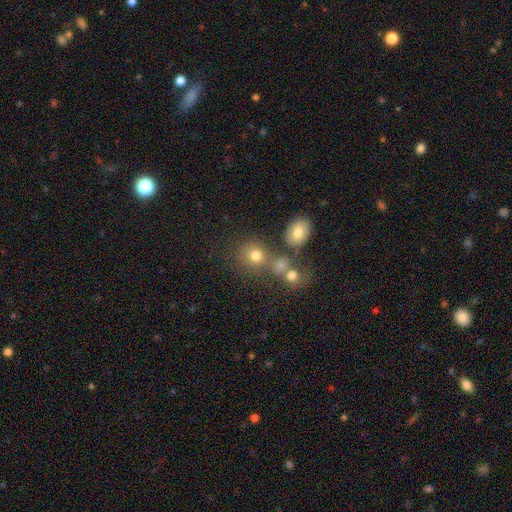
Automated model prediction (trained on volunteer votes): smooth_or_featured: smooth (p=0.74) [alt: star or artifact p=0.15]
how_rounded: round (p=0.79) [alt: in between p=0.19]
merging: none (p=0.60) [alt: merger p=0.23]